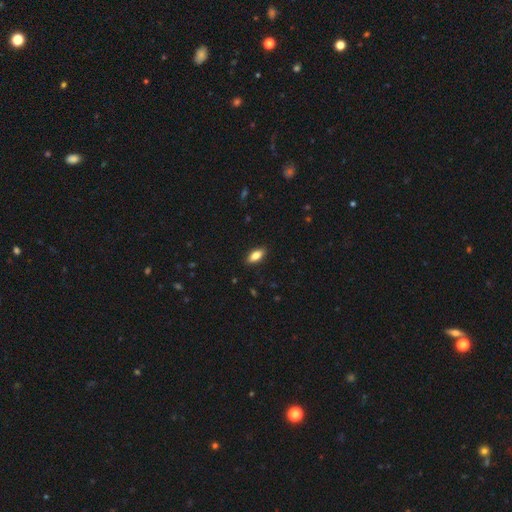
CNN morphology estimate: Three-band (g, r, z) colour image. It shows a smooth galaxy with no disk features (81%) that is in between round and cigar-shaped (84%). Merging: none (89%).